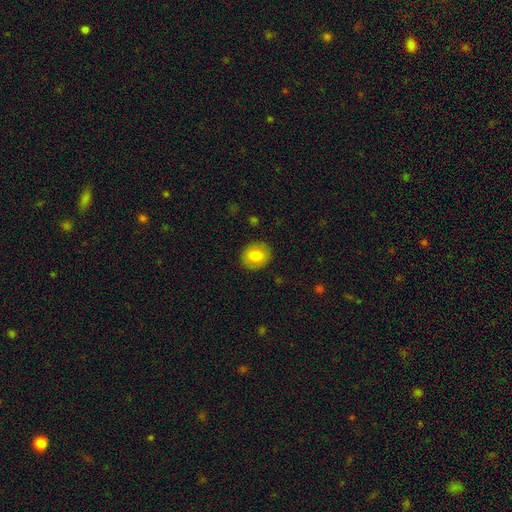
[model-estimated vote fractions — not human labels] A smooth galaxy with no disk features (77%) that is round (70%). Merging: none (89%).